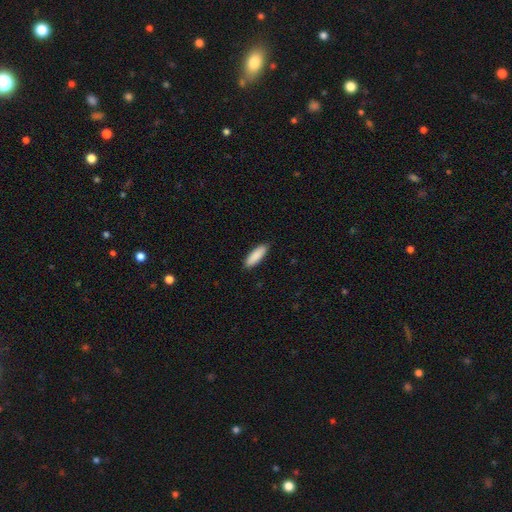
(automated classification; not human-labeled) smooth 90%, star or artifact 5%, featured or disk 5%. Down the decision tree: how rounded — cigar-shaped (52%); merging — none (90%).